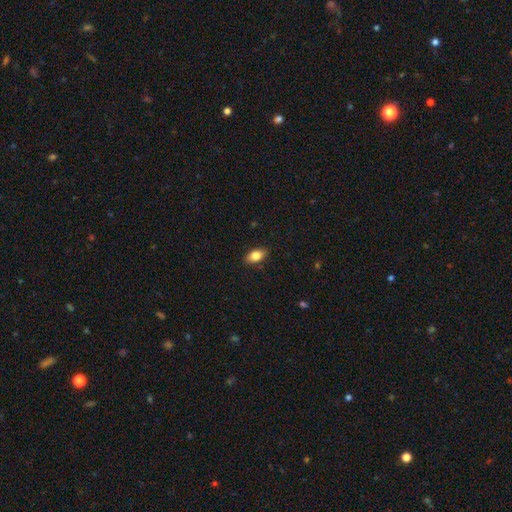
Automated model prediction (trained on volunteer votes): Smooth or featured? smooth (81%)
How rounded? in between (89%)
Merging? none (88%)